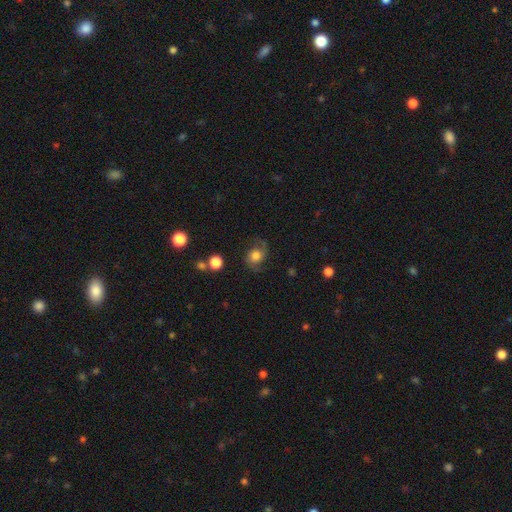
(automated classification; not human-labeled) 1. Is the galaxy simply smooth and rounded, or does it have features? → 53% featured or disk, 36% smooth, 11% star or artifact.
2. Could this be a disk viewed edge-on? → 97% no, 3% yes.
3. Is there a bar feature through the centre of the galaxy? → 75% no, 21% weak, 4% strong.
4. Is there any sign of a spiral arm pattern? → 91% yes, 9% no.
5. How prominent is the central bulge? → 42% moderate, 37% large, 10% small, 7% dominant, 4% none.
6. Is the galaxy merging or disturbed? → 70% none, 18% minor disturbance, 10% major disturbance, 2% merger.